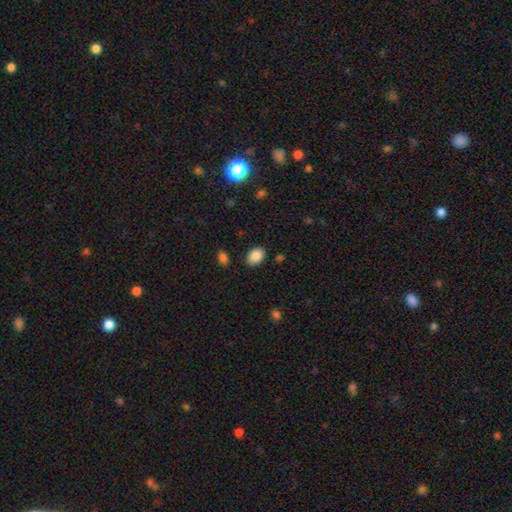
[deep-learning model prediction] smooth_or_featured: smooth (p=0.87) [alt: star or artifact p=0.08]
how_rounded: in between (p=0.82) [alt: round p=0.17]
merging: none (p=0.84) [alt: minor disturbance p=0.11]